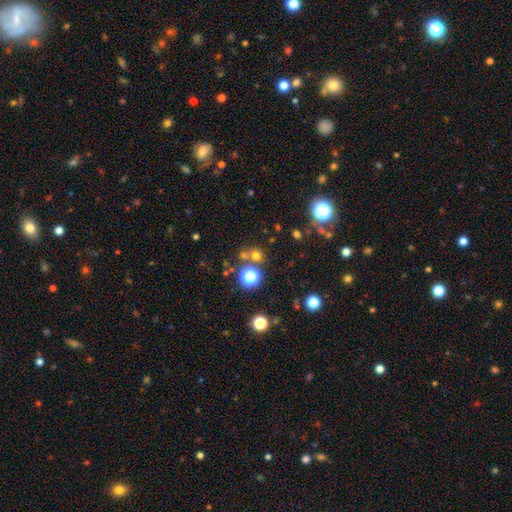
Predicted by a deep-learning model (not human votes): A smooth galaxy with no disk features (60%) that is round (89%). Merging: none (70%).